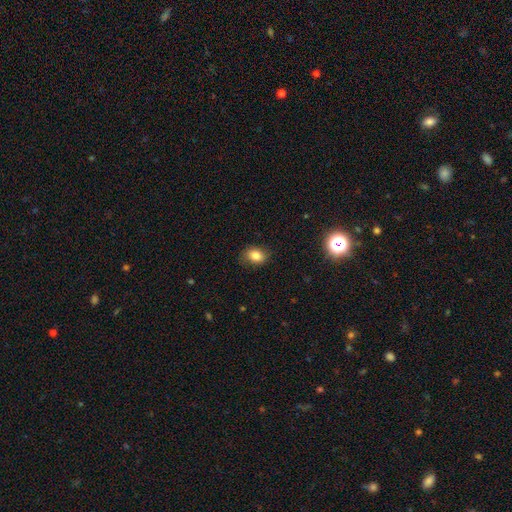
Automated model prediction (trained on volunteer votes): smooth_or_featured: smooth (p=0.83) [alt: star or artifact p=0.10]
how_rounded: in between (p=0.68) [alt: round p=0.31]
merging: none (p=0.79) [alt: minor disturbance p=0.16]